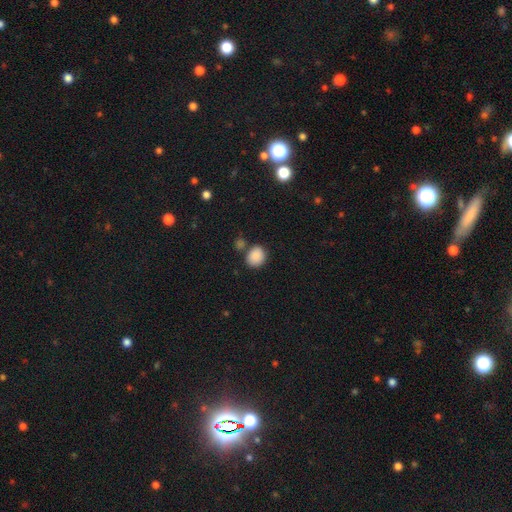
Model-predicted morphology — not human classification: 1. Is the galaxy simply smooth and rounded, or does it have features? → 88% smooth, 9% star or artifact, 4% featured or disk.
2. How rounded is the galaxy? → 66% round, 33% in between, 1% cigar-shaped.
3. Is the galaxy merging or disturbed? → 68% none, 15% merger, 13% minor disturbance, 4% major disturbance.